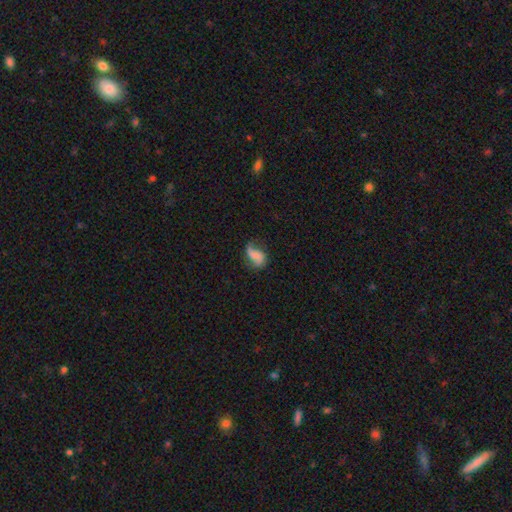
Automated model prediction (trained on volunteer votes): smooth-or-featured: featured or disk: 53% | smooth: 38% | star or artifact: 9%
  disk-edge-on: no: 97% | yes: 3%
    bar: no: 56% | weak: 31% | strong: 13%
    has-spiral-arms: yes: 88% | no: 12%
    bulge-size: none: 45% | small: 29% | moderate: 16% | large: 7% | dominant: 3%
  merging: none: 51% | minor disturbance: 27% | major disturbance: 20% | merger: 2%